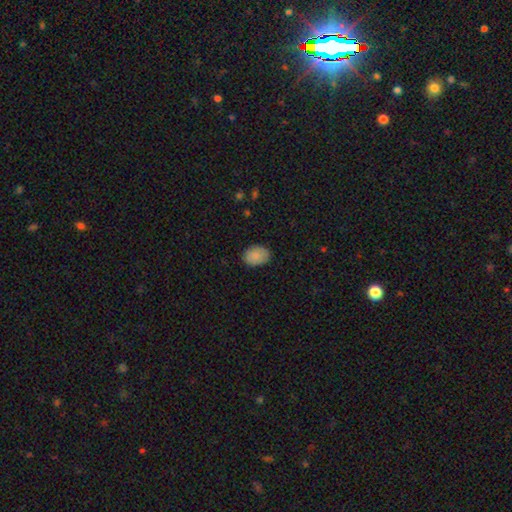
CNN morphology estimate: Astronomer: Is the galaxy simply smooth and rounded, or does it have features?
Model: smooth — 88%.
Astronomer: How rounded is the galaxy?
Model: in between — 69%.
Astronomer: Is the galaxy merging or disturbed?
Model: none — 85%.